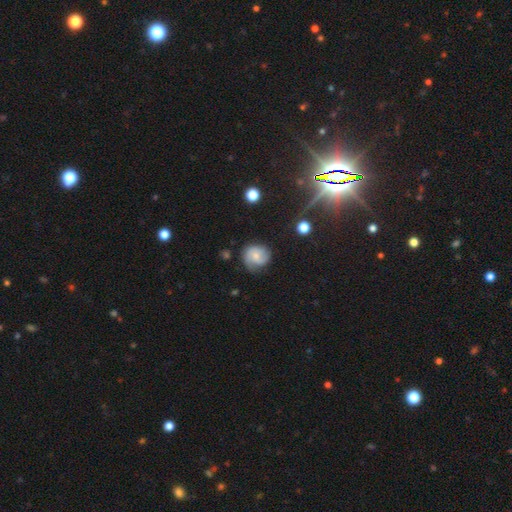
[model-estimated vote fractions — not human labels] Overall: featured or disk (46%; smooth 45%). Merging: none (60%; minor disturbance 27%).